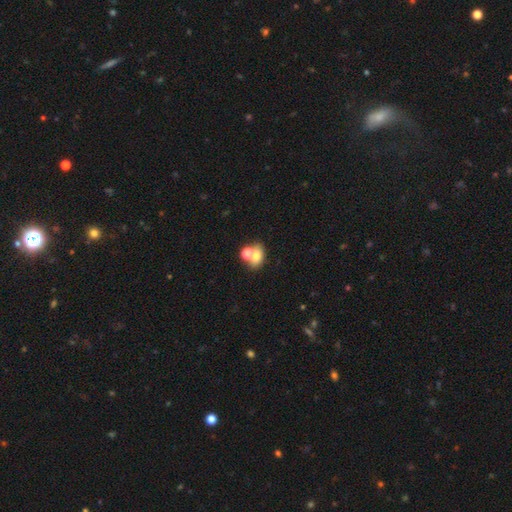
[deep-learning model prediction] Smooth or featured? smooth (70%)
How rounded? in between (66%)
Merging? merger (45%)